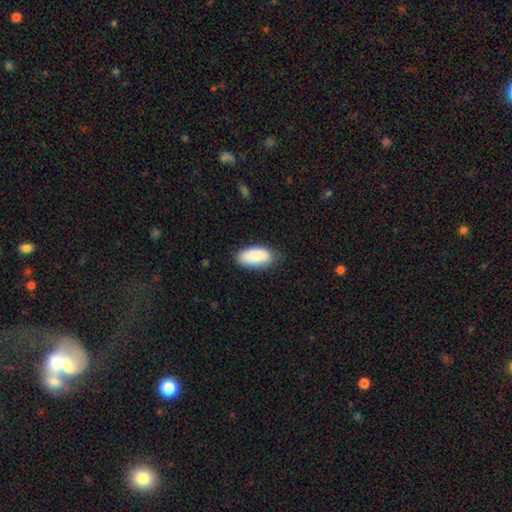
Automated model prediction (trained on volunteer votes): Overall: smooth (85%). How rounded: in between (94%). Merging: none (76%).